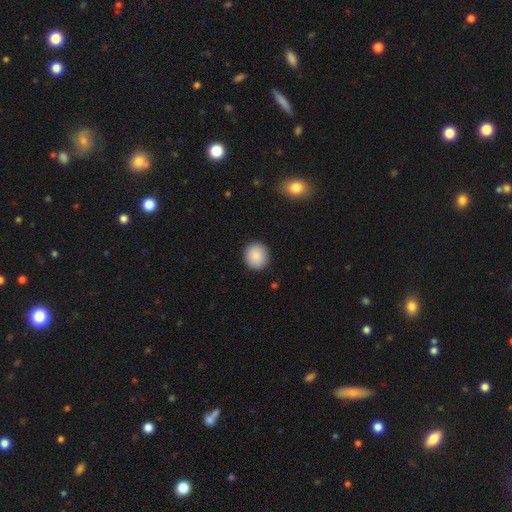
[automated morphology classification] Q: Smooth or featured?
A: smooth (87%); runner-up: star or artifact (7%)
Q: How rounded?
A: round (84%); runner-up: in between (15%)
Q: Merging?
A: none (90%); runner-up: minor disturbance (7%)